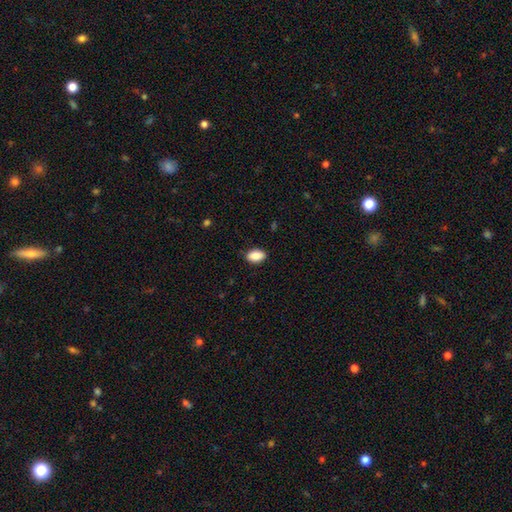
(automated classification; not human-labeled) Overall: smooth (88%). How rounded: in between (91%). Merging: none (86%).